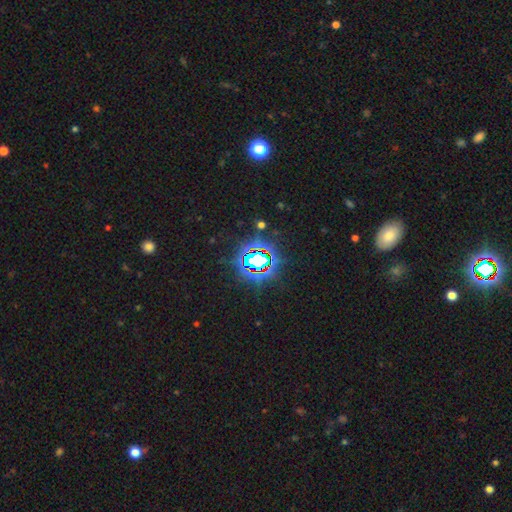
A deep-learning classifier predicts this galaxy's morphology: This is clearly a star or artifact rather than a galaxy (81%).